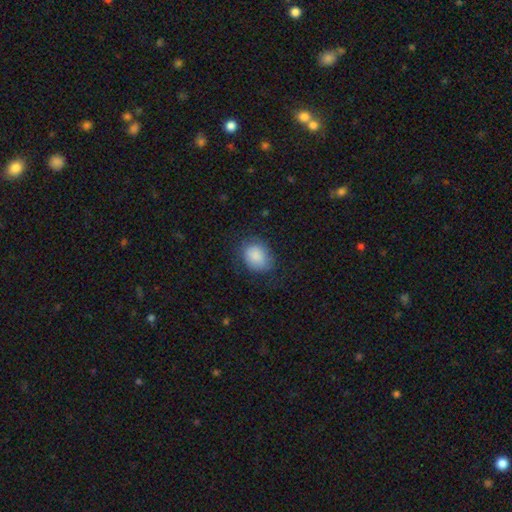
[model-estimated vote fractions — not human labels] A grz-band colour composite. It shows a smooth galaxy with no disk features (86%) that is in between round and cigar-shaped (57%). Merging: none (71%).